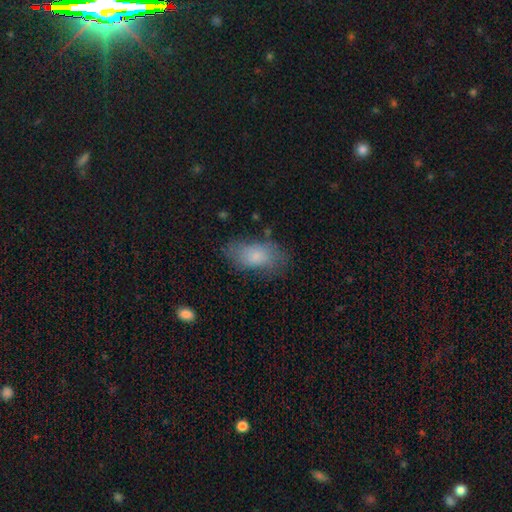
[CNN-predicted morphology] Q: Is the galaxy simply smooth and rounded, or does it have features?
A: smooth — 76%.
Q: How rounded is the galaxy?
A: in between — 91%.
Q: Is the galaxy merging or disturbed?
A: none — 63%.